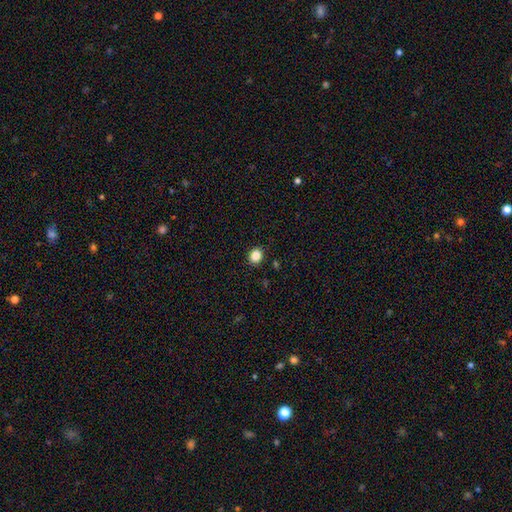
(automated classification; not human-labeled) smooth 85%, star or artifact 11%, featured or disk 4%. Down the decision tree: how rounded — round (71%); merging — none (91%).